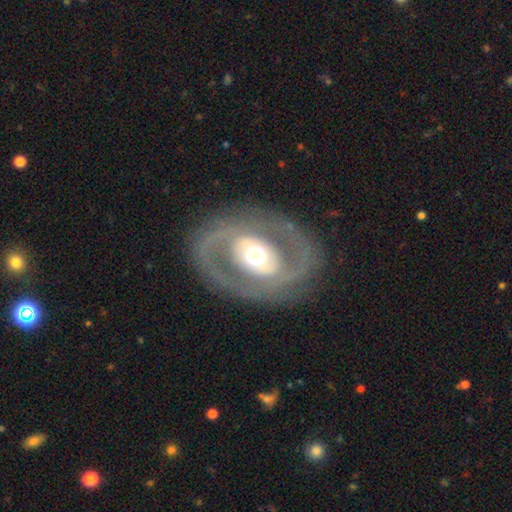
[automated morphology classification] featured or disk 70%, smooth 23%, star or artifact 6%. Down the decision tree: edge-on disk — no (94%); bar — no (68%); spiral arms — no (66%); bulge size — moderate (51%); merging — none (79%).